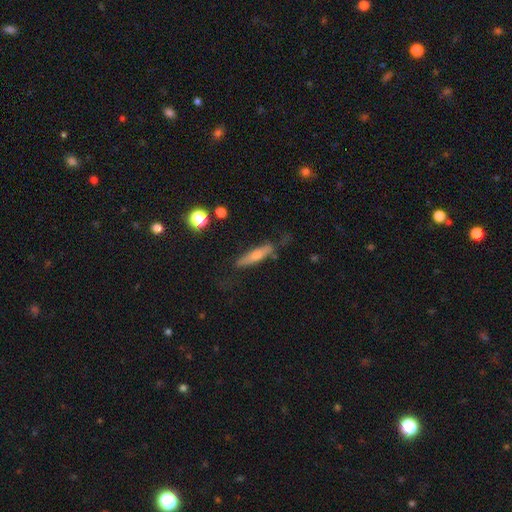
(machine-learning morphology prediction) This is possibly a smooth galaxy (46%). Merging: likely none (70%).